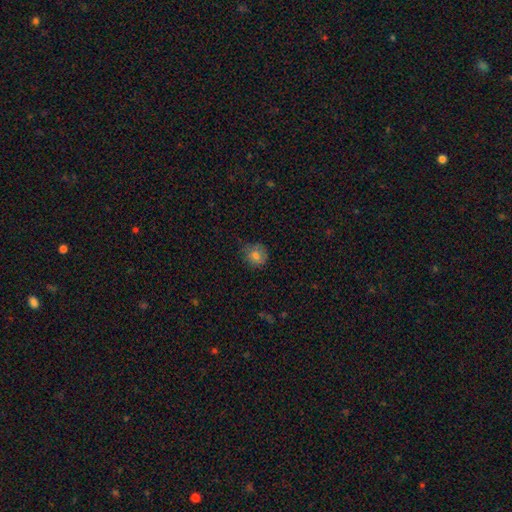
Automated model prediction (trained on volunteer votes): The model was most divided on "merging": none: 71%, minor disturbance: 22%, major disturbance: 5%, merger: 1%. More confident: how rounded — round (84%); smooth or featured — smooth (74%).